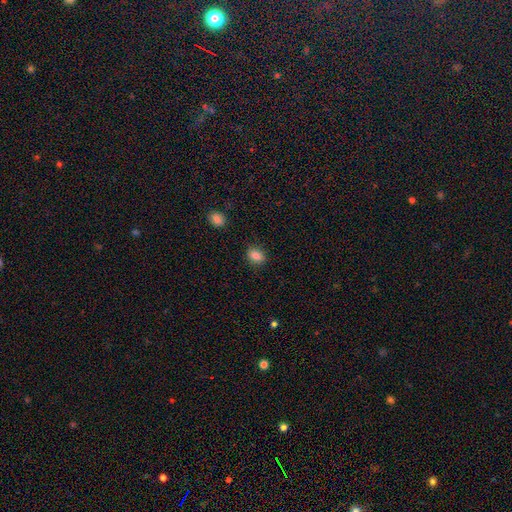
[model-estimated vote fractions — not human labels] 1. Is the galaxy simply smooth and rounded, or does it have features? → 85% smooth, 10% star or artifact, 6% featured or disk.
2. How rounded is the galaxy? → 68% in between, 30% round, 2% cigar-shaped.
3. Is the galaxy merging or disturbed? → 87% none, 10% minor disturbance, 2% major disturbance, 1% merger.